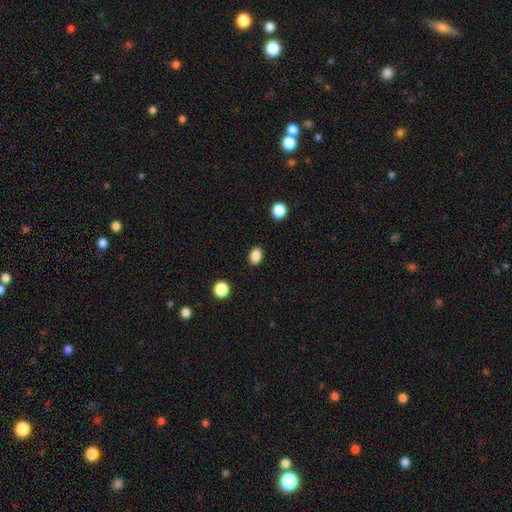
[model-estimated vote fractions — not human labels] Smooth or featured? smooth (87%)
How rounded? in between (73%)
Merging? none (89%)